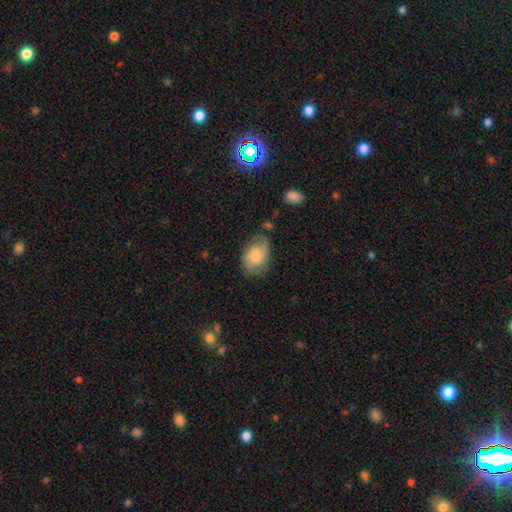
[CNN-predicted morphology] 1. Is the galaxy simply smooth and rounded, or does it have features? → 53% featured or disk, 39% smooth, 8% star or artifact.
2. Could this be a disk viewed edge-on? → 97% no, 3% yes.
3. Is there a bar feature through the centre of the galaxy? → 62% no, 33% weak, 5% strong.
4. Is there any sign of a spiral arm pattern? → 88% yes, 12% no.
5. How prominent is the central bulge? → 39% moderate, 35% small, 13% large, 10% none, 3% dominant.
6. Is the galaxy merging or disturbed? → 62% none, 25% minor disturbance, 11% major disturbance, 3% merger.